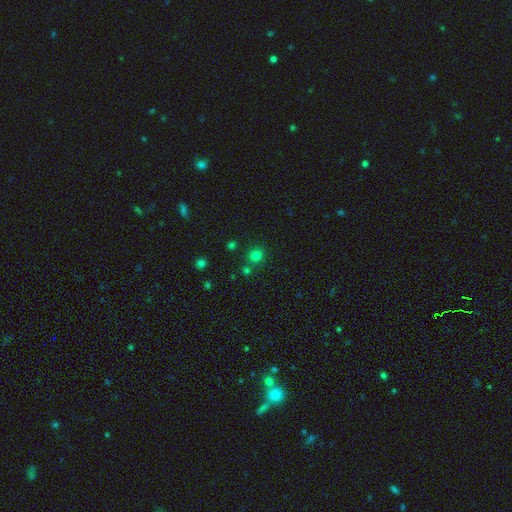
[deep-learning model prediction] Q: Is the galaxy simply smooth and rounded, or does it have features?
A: smooth — 76%.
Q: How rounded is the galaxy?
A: round — 90%.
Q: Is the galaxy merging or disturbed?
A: none — 80%.